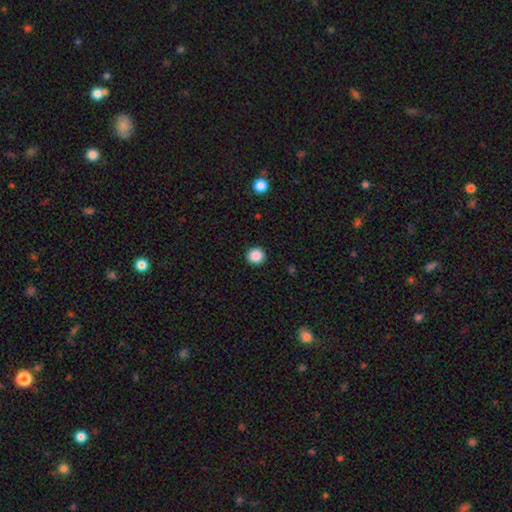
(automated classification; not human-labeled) This is clearly a smooth galaxy (87%). How rounded: clearly round (94%). Merging: clearly none (93%).